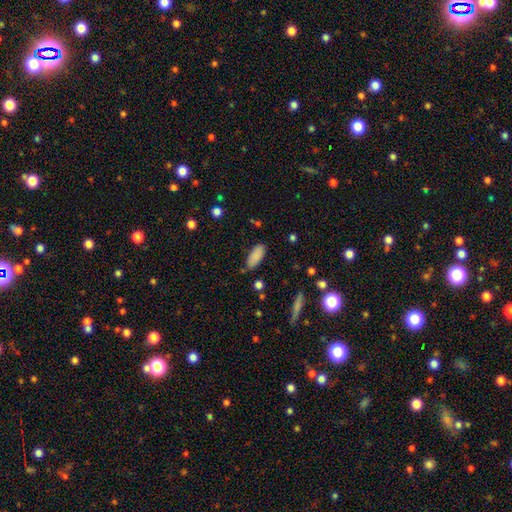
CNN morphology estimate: Overall: smooth (87%). How rounded: in between (82%). Merging: none (81%).